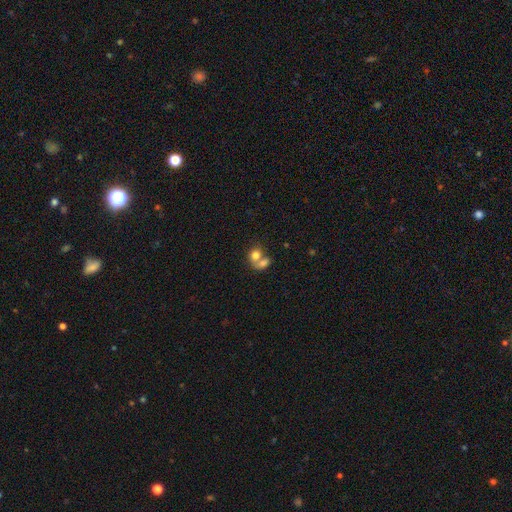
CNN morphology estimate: Smooth or featured: smooth — 77% (featured or disk — 14%)
How rounded: round — 52% (in between — 47%)
Merging: merger — 64% (none — 24%)